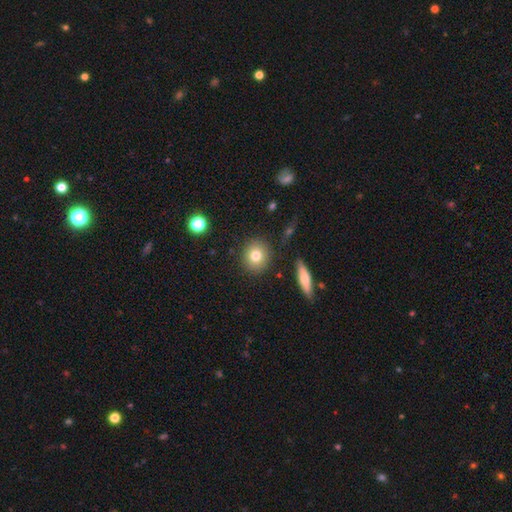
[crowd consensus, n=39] This is clearly a smooth galaxy (85%). How rounded: clearly round (91%). Merging: clearly none (92%).